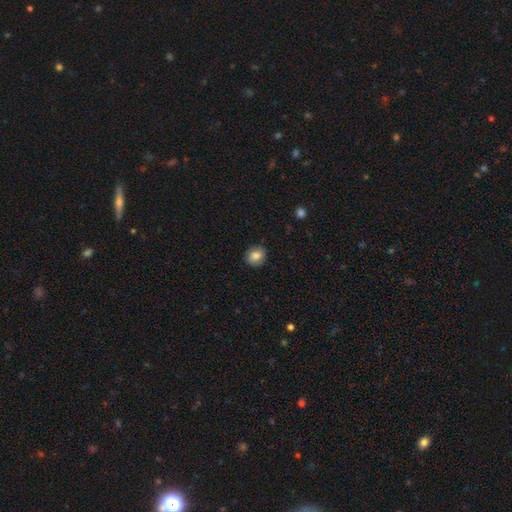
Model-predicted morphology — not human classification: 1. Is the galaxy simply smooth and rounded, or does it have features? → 81% smooth, 10% featured or disk, 8% star or artifact.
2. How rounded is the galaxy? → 67% round, 32% in between, 1% cigar-shaped.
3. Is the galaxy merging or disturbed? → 86% none, 10% minor disturbance, 3% major disturbance, 1% merger.